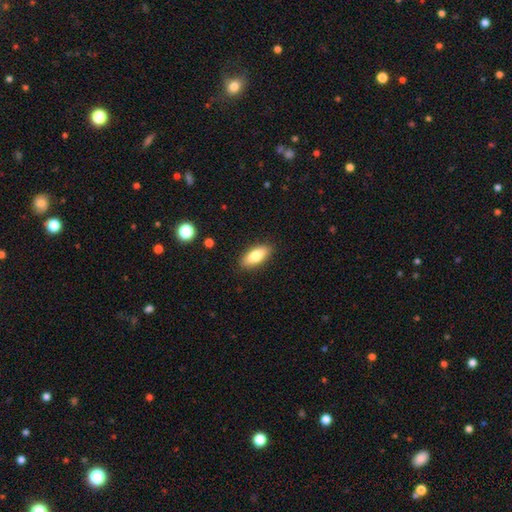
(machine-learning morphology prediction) A smooth galaxy with no disk features (81%) that is in between round and cigar-shaped (81%).

Vote fractions:
- Smooth or featured? smooth: 81% / featured or disk: 12% / star or artifact: 7%
- How rounded? in between: 81% / cigar-shaped: 16% / round: 2%
- Merging? none: 88% / minor disturbance: 9% / major disturbance: 2% / merger: 1%